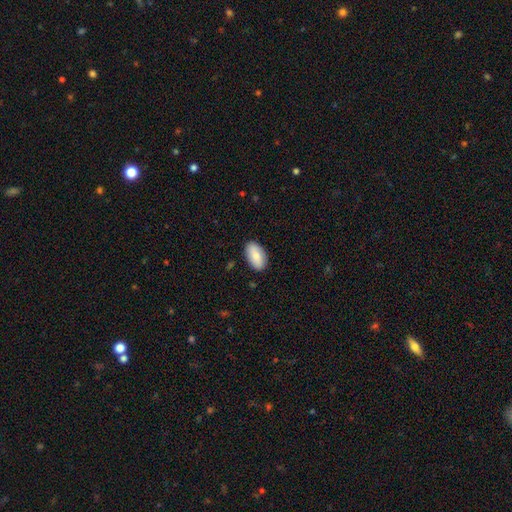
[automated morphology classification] This appears to be a smooth galaxy with no disk features (77%) that is in between round and cigar-shaped (94%). Merging: none (87%).